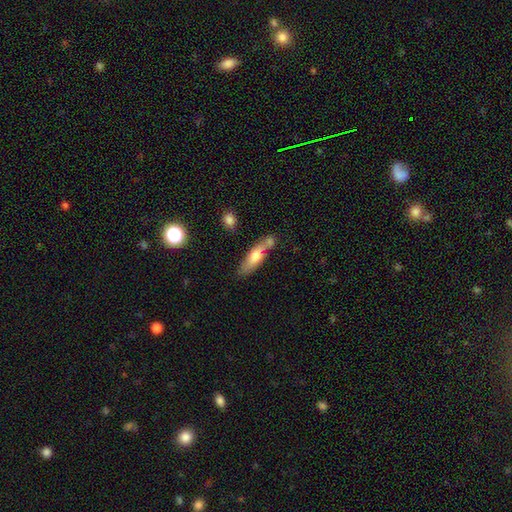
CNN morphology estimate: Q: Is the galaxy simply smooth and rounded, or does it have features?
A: smooth — 63%.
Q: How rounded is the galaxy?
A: cigar-shaped — 56%.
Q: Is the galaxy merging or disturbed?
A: none — 56%.